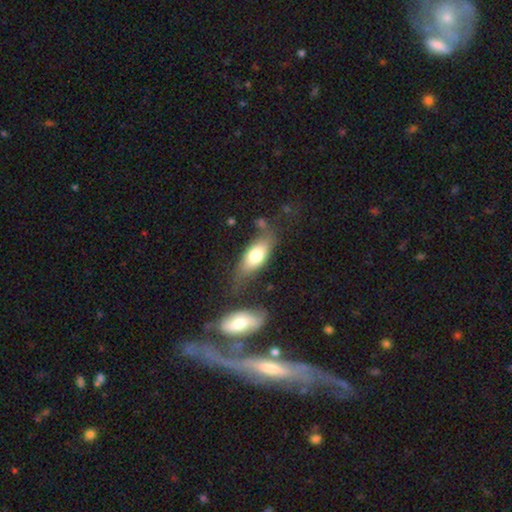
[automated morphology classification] smooth 73%, featured or disk 21%, star or artifact 6%. Down the decision tree: how rounded — in between (81%); merging — none (56%).